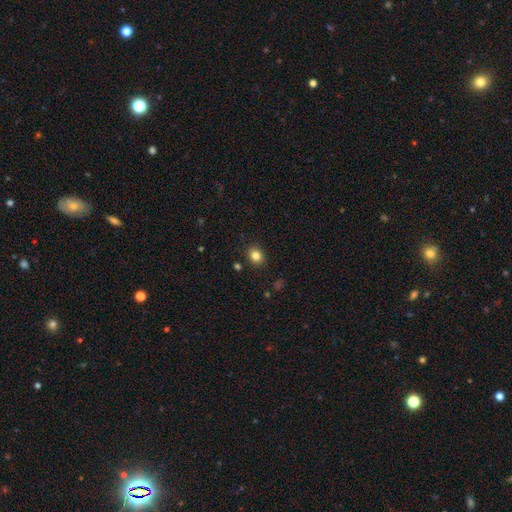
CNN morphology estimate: A smooth galaxy with no disk features (83%) that is round (53%).

Vote fractions:
- Smooth or featured? smooth: 83% / star or artifact: 11% / featured or disk: 6%
- How rounded? round: 53% / in between: 46% / cigar-shaped: 1%
- Merging? none: 89% / minor disturbance: 8% / major disturbance: 2% / merger: 1%